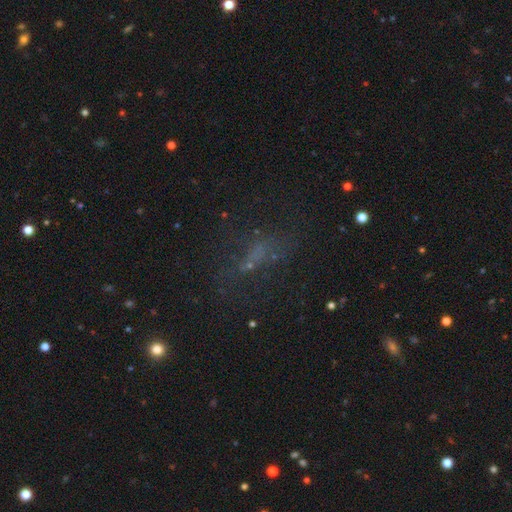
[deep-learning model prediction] Smooth or featured? Predicted: smooth (p=0.36, tied with star or artifact). Merging? Predicted: none (p=0.57).